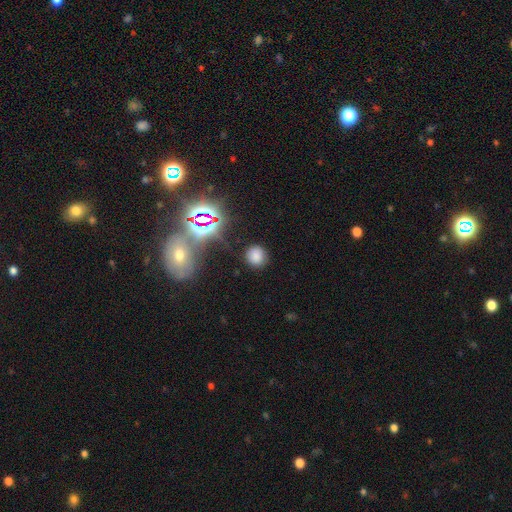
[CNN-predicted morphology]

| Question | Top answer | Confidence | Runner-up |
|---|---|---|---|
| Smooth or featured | smooth | 73% | star or artifact (20%) |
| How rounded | round | 87% | in between (12%) |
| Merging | none | 85% | minor disturbance (10%) |